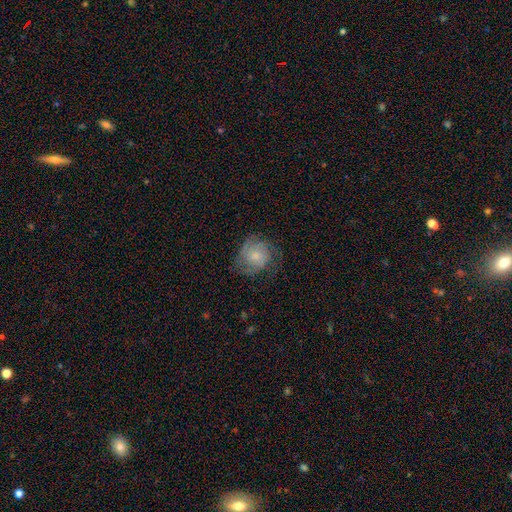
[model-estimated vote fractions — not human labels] This is possibly a featured or disk galaxy (59%). It is clearly not viewed edge-on (97%). Bar: likely no (77%). Spiral arm pattern: clearly yes (88%). Spiral arm count: marginally 2 (37%). Spiral winding: possibly tight (48%). Central bulge: possibly small (48%). Merging: likely none (62%).